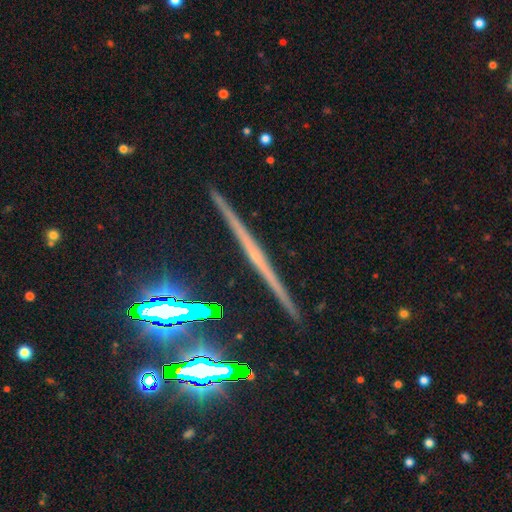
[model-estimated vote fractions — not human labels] Q: Smooth or featured?
A: featured or disk (67%); runner-up: star or artifact (18%)
Q: Edge-on disk?
A: yes (98%); runner-up: no (2%)
Q: Edge-on bulge?
A: none (64%); runner-up: rounded (27%)
Q: Merging?
A: none (91%); runner-up: minor disturbance (6%)